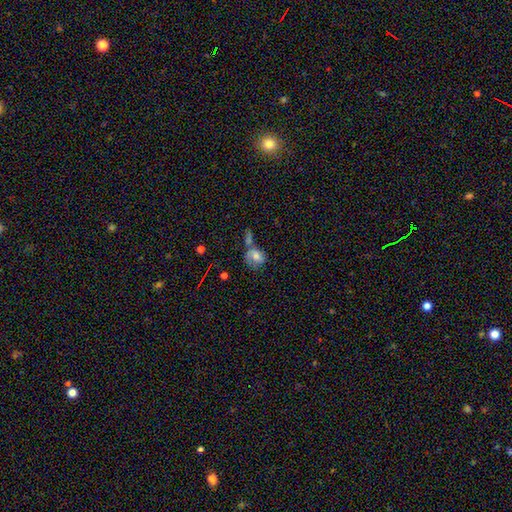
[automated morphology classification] smooth-or-featured: smooth: 56% | featured or disk: 33% | star or artifact: 11%
  how-rounded: in between: 57% | round: 41% | cigar-shaped: 2%
  merging: merger: 32% (tied) | none: 32% (tied) | minor disturbance: 19% | major disturbance: 17%